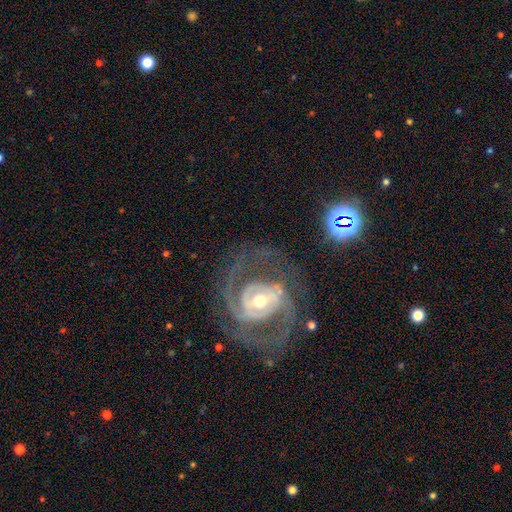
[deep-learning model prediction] Smooth or featured: featured or disk — 87% (star or artifact — 7%)
Edge-on disk: no — 97% (yes — 3%)
Bar: weak — 35% (no — 32%)
Spiral arms: yes — 95% (no — 5%)
Spiral winding: tight — 45% (tied with medium — 45%)
Spiral arm count: 2 — 77% (can't tell — 8%)
Bulge size: small — 54% (moderate — 40%)
Merging: none — 74% (minor disturbance — 13%)